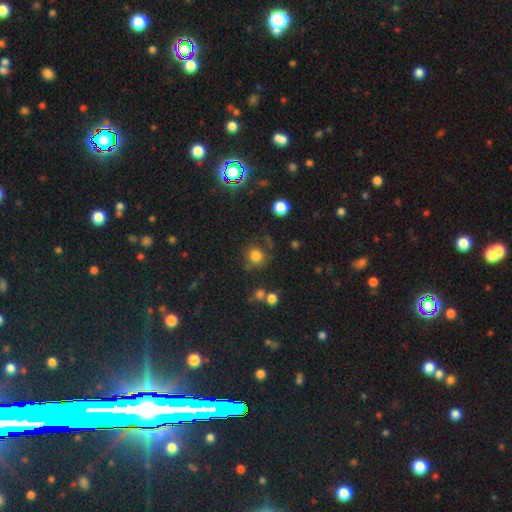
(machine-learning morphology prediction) smooth_or_featured: smooth (p=0.78) [alt: star or artifact p=0.15]
how_rounded: round (p=0.91) [alt: in between p=0.08]
merging: none (p=0.74) [alt: minor disturbance p=0.13]